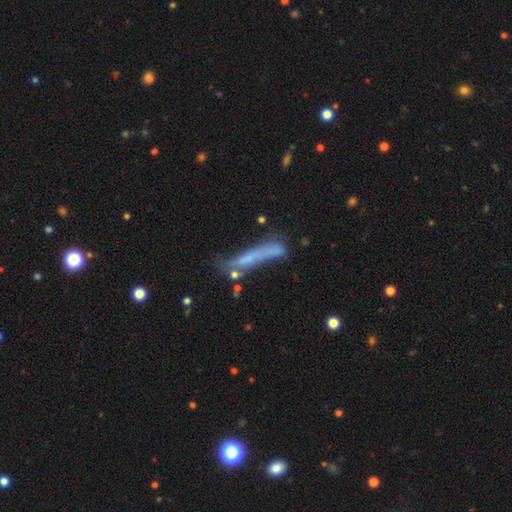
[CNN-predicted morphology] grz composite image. It shows a smooth galaxy with no disk features (50%). Merging: none (52%).